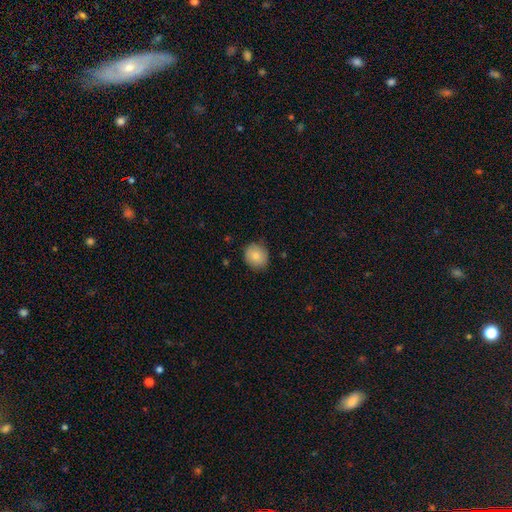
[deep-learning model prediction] Q: Smooth or featured?
A: smooth (82%); runner-up: featured or disk (10%)
Q: How rounded?
A: round (79%); runner-up: in between (20%)
Q: Merging?
A: none (83%); runner-up: minor disturbance (13%)